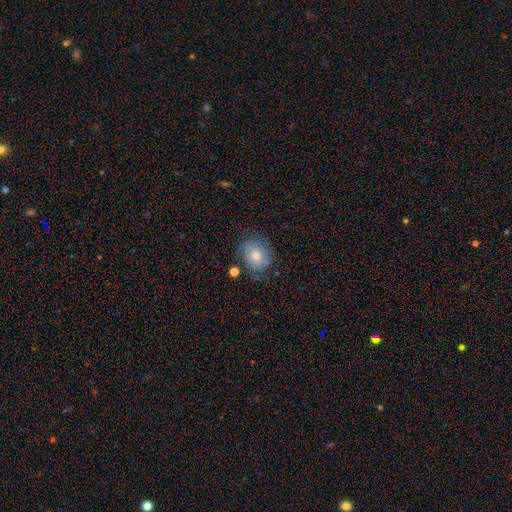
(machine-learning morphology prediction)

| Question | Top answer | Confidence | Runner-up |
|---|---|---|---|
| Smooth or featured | smooth | 56% | featured or disk (32%) |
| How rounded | round | 65% | in between (34%) |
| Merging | none | 65% | minor disturbance (22%) |